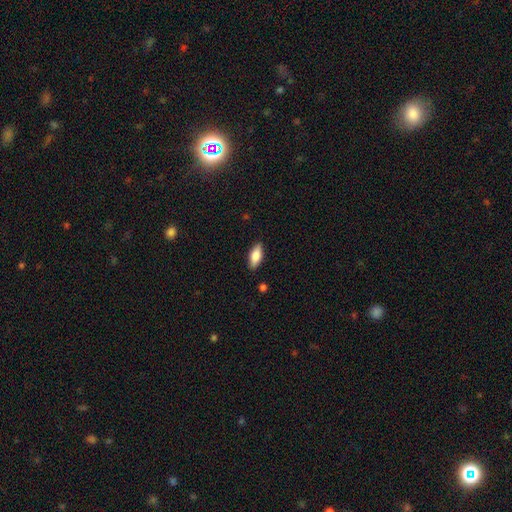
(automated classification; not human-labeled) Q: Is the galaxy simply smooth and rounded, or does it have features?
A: smooth — 78%.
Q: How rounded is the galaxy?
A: in between — 81%.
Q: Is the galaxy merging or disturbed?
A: none — 87%.